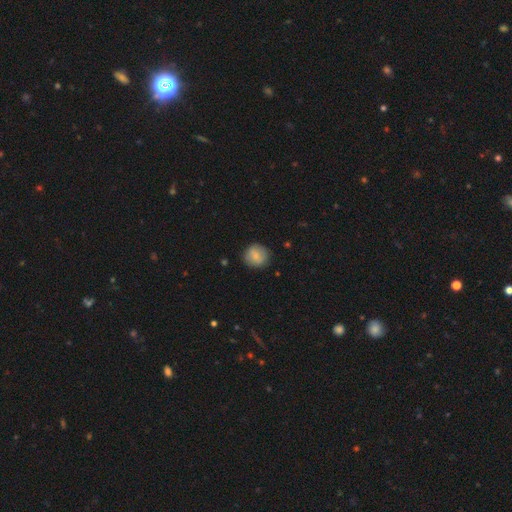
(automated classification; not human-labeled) Overall: smooth (79%). How rounded: round (89%). Merging: none (87%).